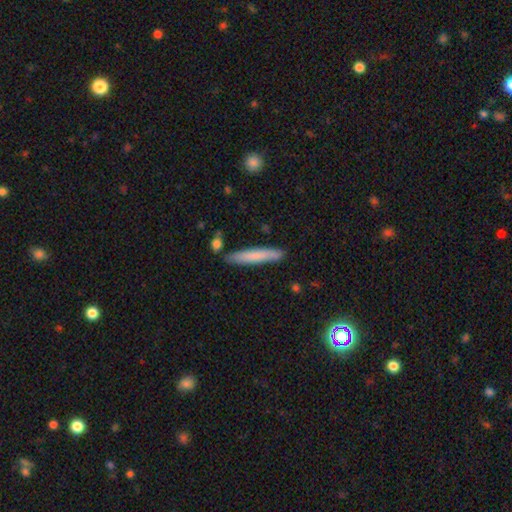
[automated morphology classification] This appears to be a smooth galaxy with no disk features (74%) that is cigar-shaped (94%). Merging: none (84%).